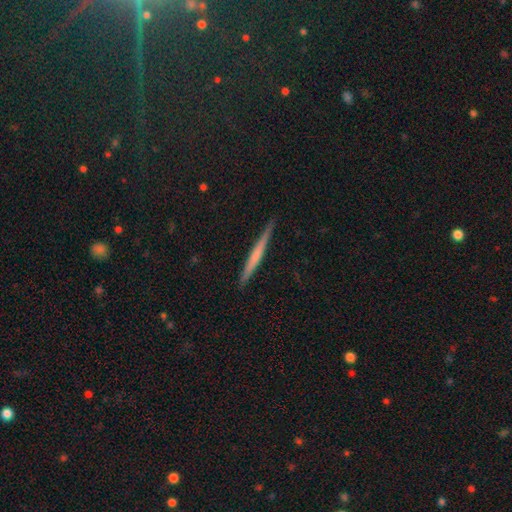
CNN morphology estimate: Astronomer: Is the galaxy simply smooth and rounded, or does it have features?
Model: featured or disk — 52% (runner-up: smooth, 42%).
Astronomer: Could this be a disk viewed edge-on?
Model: yes — 98%.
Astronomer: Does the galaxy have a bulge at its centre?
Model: none — 68%.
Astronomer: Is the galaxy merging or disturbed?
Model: none — 90%.